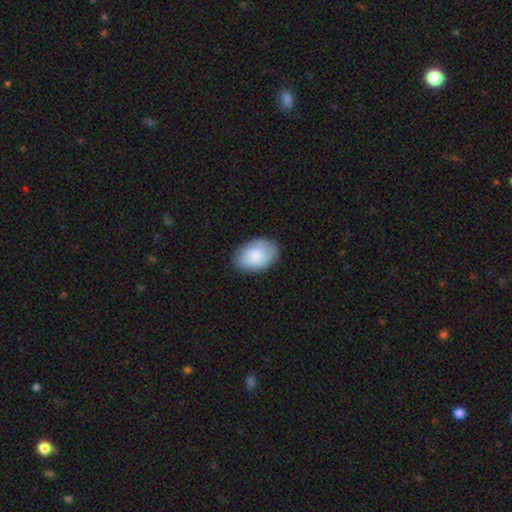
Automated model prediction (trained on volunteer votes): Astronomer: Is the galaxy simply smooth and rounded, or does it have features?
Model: smooth — 80%.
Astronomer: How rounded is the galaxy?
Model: in between — 87%.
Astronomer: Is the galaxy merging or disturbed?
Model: none — 80%.